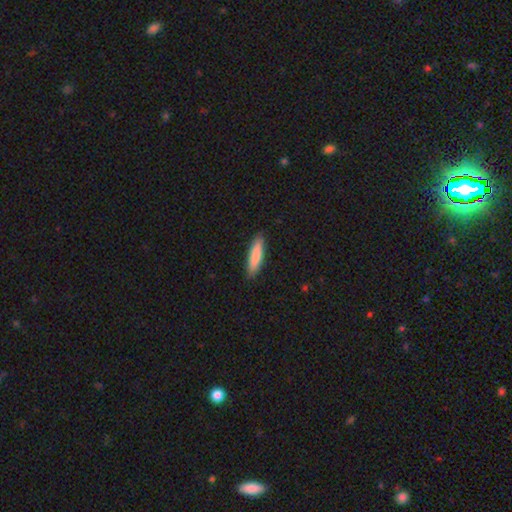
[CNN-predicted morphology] A smooth galaxy with no disk features (84%) that is cigar-shaped (76%).

Vote fractions:
- Smooth or featured? smooth: 84% / featured or disk: 11% / star or artifact: 5%
- How rounded? cigar-shaped: 76% / in between: 23% / round: 1%
- Merging? none: 89% / minor disturbance: 8% / major disturbance: 2% / merger: 1%